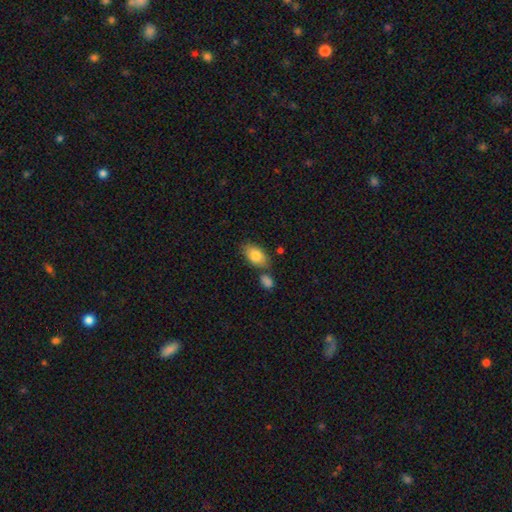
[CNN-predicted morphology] A smooth galaxy with no disk features (82%) that is in between round and cigar-shaped (90%). Merging: none (66%).